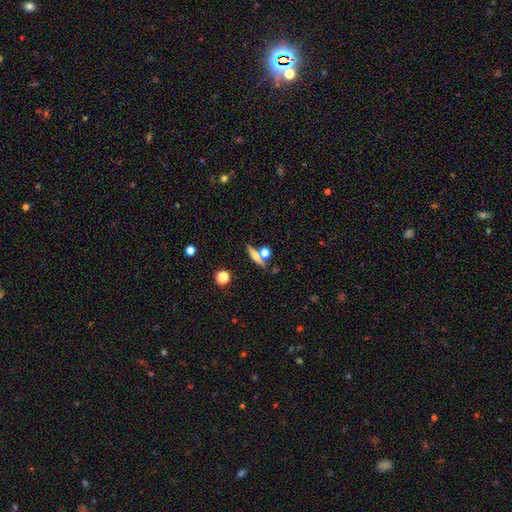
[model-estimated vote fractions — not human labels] Overall: smooth (50%; featured or disk 39%). How rounded: cigar-shaped (70%). Merging: none (71%).